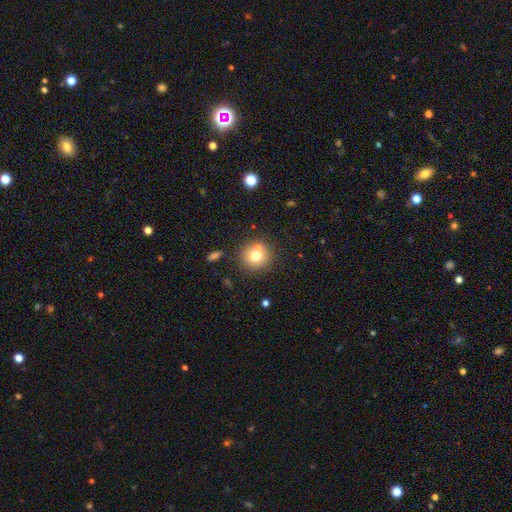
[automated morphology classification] Smooth or featured?
  - smooth: 73% *
  - featured or disk: 15%
  - star or artifact: 12%
How rounded?
  - round: 91% *
  - in between: 8%
  - cigar-shaped: 1%
Merging?
  - none: 68% *
  - merger: 20%
  - minor disturbance: 9%
  - major disturbance: 3%